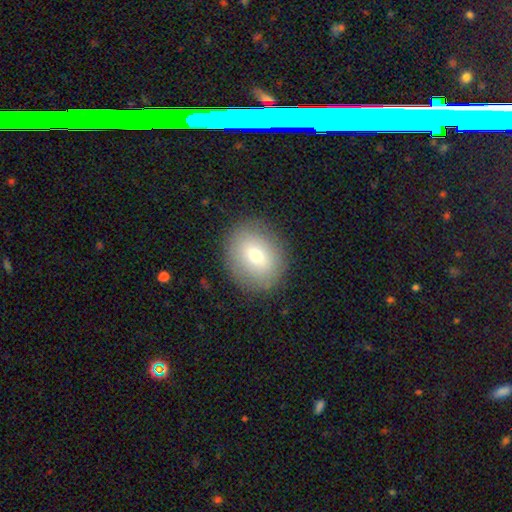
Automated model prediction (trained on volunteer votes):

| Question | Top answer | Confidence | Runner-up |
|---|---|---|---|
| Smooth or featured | smooth | 74% | featured or disk (18%) |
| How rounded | round | 57% | in between (42%) |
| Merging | none | 86% | minor disturbance (9%) |